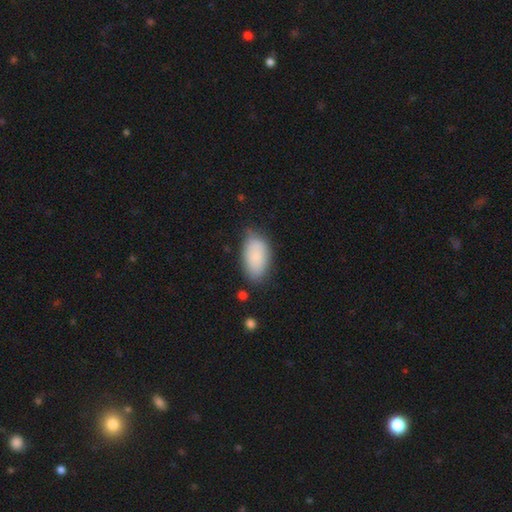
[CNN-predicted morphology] smooth-or-featured: smooth: 86% | featured or disk: 7% | star or artifact: 6%
  how-rounded: in between: 94% | round: 3% | cigar-shaped: 3%
  merging: none: 71% | minor disturbance: 22% | major disturbance: 5% | merger: 2%